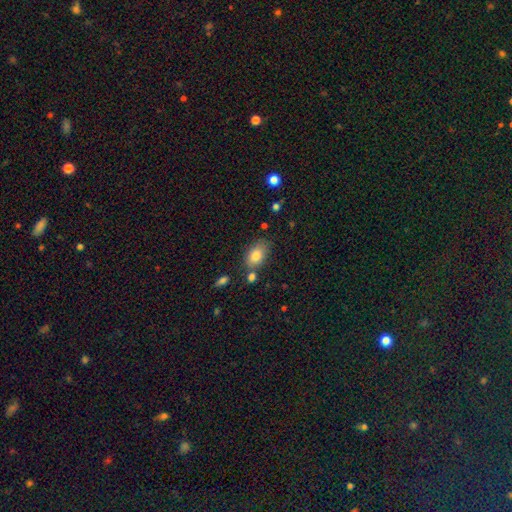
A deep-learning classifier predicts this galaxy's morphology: This is clearly a smooth galaxy (81%). How rounded: clearly in between (87%). Merging: likely none (68%).